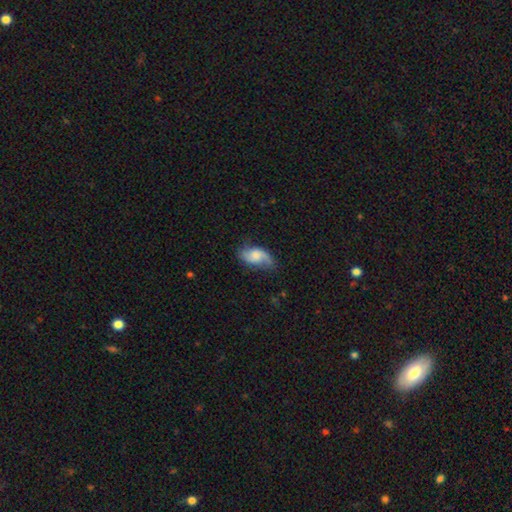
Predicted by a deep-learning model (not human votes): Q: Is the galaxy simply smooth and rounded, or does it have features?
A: featured or disk — 59%.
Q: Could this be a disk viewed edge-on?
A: no — 95%.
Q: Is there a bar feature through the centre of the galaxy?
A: no — 59%.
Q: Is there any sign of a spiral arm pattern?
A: yes — 92%.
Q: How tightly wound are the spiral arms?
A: loose — 55%.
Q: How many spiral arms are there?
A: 2 — 82%.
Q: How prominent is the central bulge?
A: moderate — 35%.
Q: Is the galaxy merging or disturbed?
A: none — 65%.